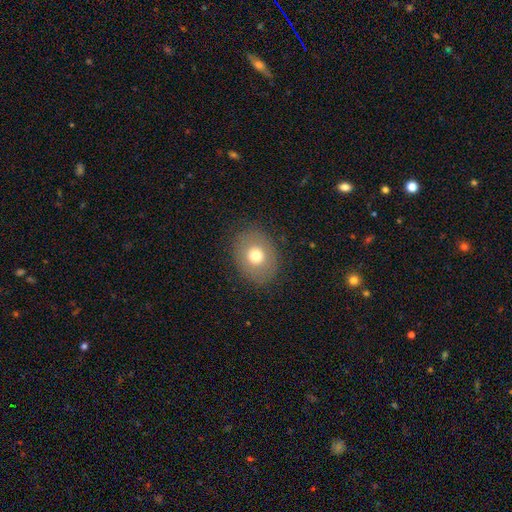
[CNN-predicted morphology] Overall: smooth (71%). How rounded: round (53%; in between 46%). Merging: none (85%).